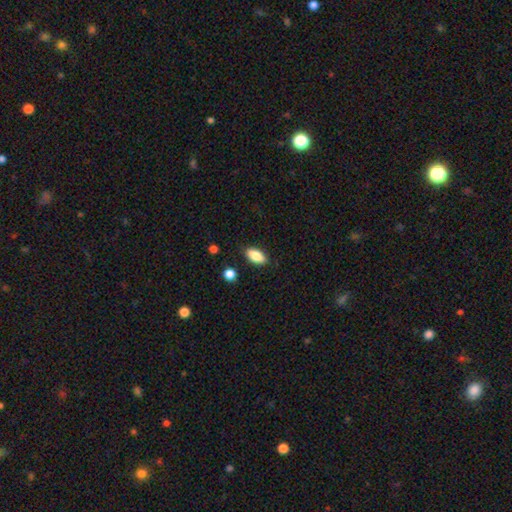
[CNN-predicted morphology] Smooth or featured: smooth — 86% (star or artifact — 7%)
How rounded: in between — 90% (cigar-shaped — 6%)
Merging: none — 87% (minor disturbance — 9%)